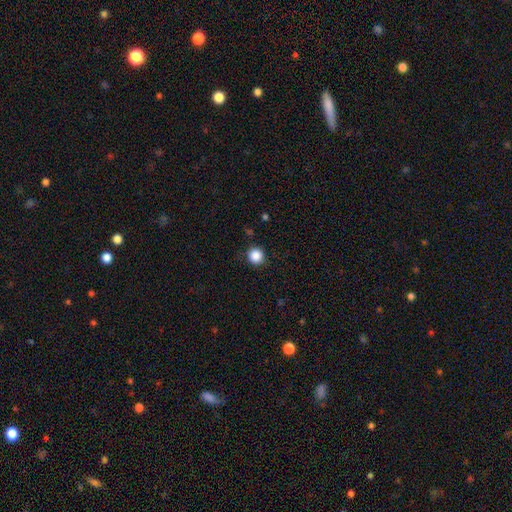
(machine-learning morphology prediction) Overall: smooth (87%). How rounded: round (94%). Merging: none (89%).